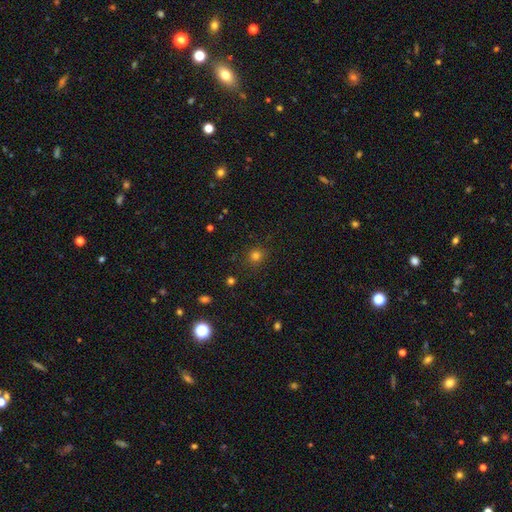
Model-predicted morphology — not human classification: This is likely a smooth galaxy (77%). How rounded: clearly round (89%). Merging: clearly none (86%).